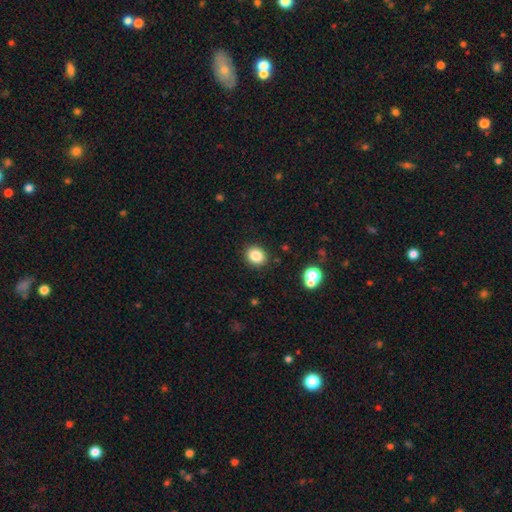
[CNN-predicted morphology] Smooth or featured?
  - smooth: 84% *
  - star or artifact: 11%
  - featured or disk: 6%
How rounded?
  - round: 71% *
  - in between: 29%
  - cigar-shaped: 1%
Merging?
  - none: 89% *
  - minor disturbance: 7%
  - major disturbance: 2%
  - merger: 2%